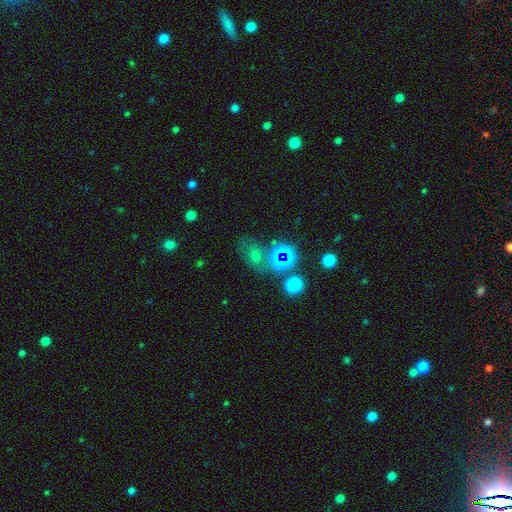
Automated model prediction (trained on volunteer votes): This appears to be a smooth galaxy with no disk features (43%). Merging: none (56%).